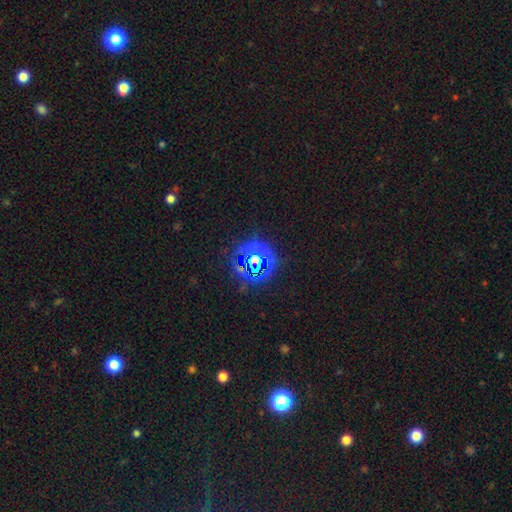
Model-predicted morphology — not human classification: A star or artifact, not a galaxy (73%).

Vote fractions:
- Smooth or featured? star or artifact: 73% / smooth: 17% / featured or disk: 10%